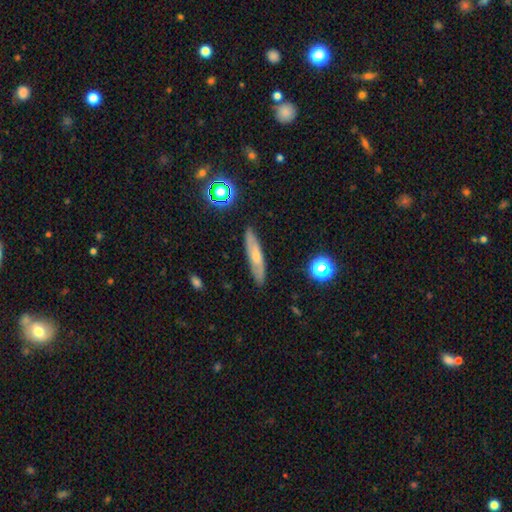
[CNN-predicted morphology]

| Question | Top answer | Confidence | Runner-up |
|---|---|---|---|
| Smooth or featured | smooth | 51% | featured or disk (40%) |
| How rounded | cigar-shaped | 79% | in between (18%) |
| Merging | none | 86% | minor disturbance (10%) |